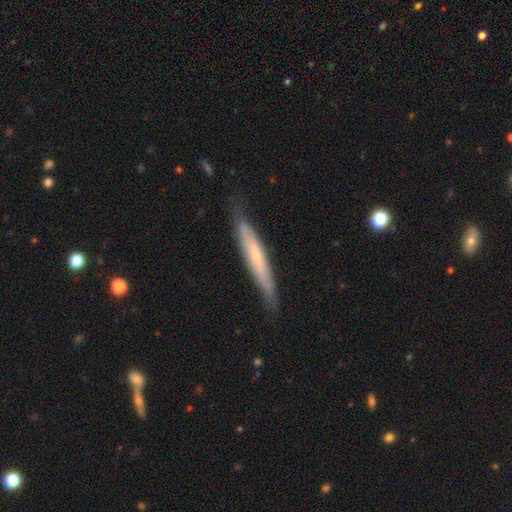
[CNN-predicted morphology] type=featured or disk (51%); edge-on=yes (82%); merging=none (79%).